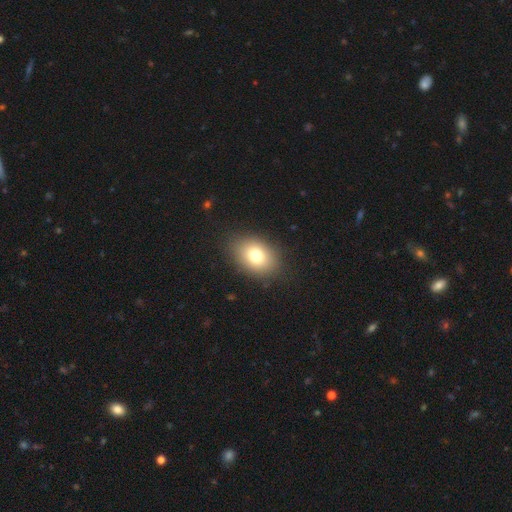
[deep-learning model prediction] Smooth or featured? smooth (77%)
How rounded? in between (70%)
Merging? none (86%)